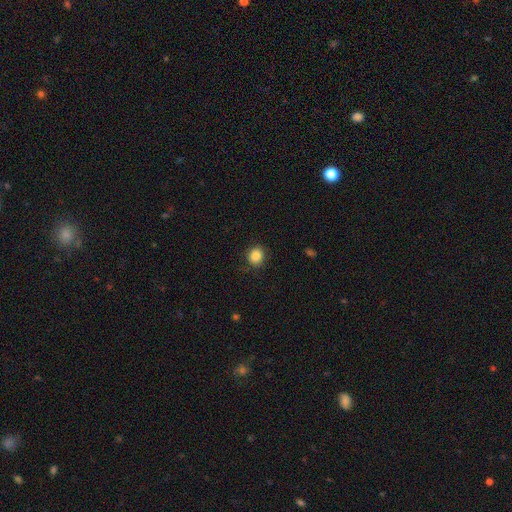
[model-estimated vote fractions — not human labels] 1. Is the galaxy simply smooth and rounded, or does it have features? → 86% smooth, 10% star or artifact, 4% featured or disk.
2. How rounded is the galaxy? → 83% round, 16% in between, 1% cigar-shaped.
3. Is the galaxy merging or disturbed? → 84% none, 11% minor disturbance, 3% major disturbance, 1% merger.